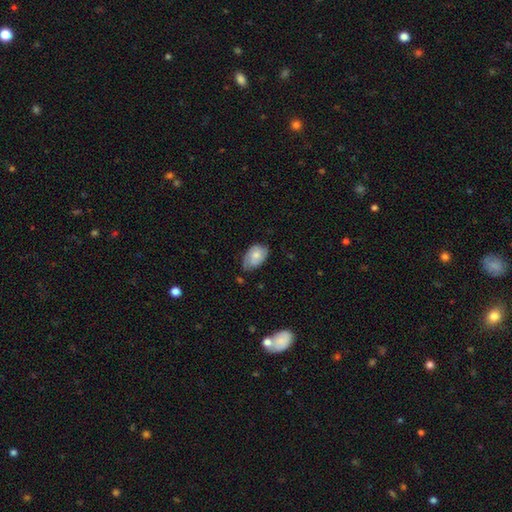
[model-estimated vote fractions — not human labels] smooth-or-featured: smooth: 64% | featured or disk: 29% | star or artifact: 7%
  how-rounded: in between: 89% | round: 9% | cigar-shaped: 1%
  merging: none: 55% | minor disturbance: 35% | major disturbance: 7% | merger: 2%